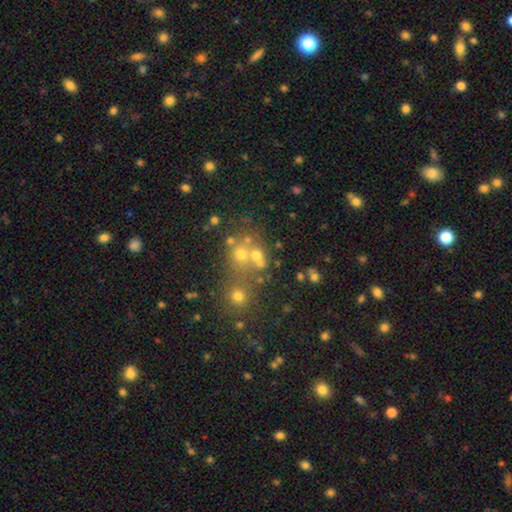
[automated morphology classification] Q: Smooth or featured?
A: smooth (44%); runner-up: star or artifact (38%)
Q: Merging?
A: none (49%); runner-up: merger (38%)